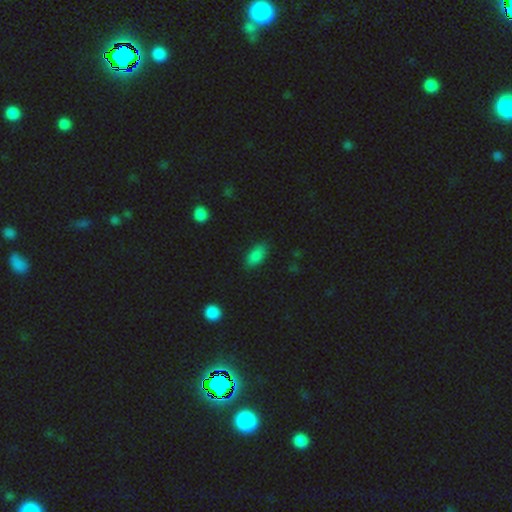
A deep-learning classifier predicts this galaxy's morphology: smooth 85%, star or artifact 10%, featured or disk 5%. Down the decision tree: how rounded — in between (90%); merging — none (83%).